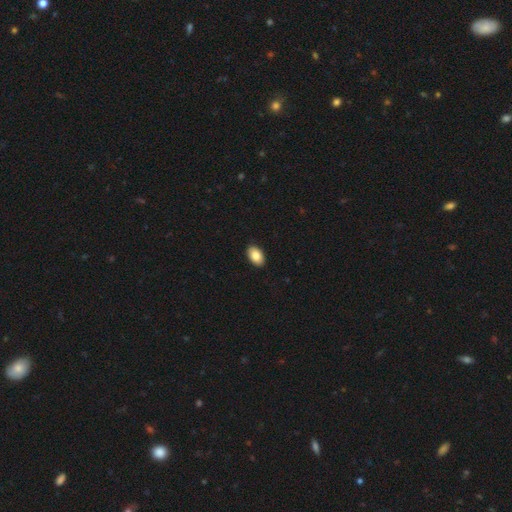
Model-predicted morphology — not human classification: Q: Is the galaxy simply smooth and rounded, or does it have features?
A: smooth — 86%.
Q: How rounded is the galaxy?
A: in between — 92%.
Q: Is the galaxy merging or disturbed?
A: none — 91%.